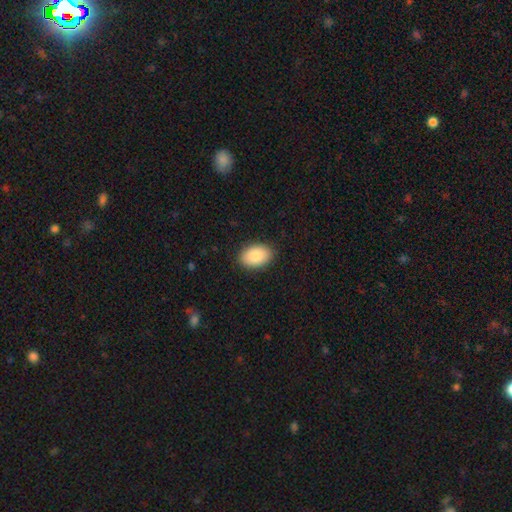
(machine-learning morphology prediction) smooth_or_featured: smooth (p=0.88) [alt: star or artifact p=0.06]
how_rounded: in between (p=0.90) [alt: round p=0.09]
merging: none (p=0.88) [alt: minor disturbance p=0.09]